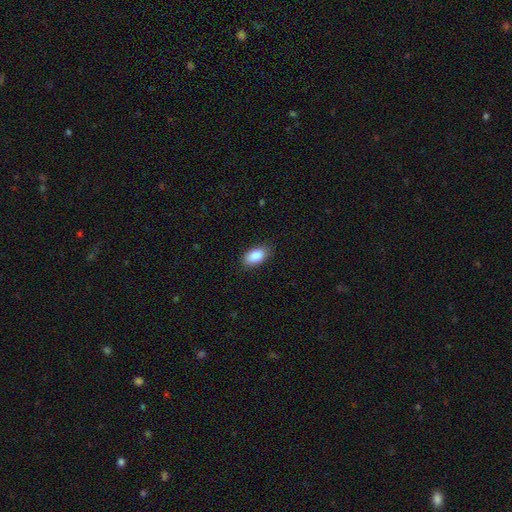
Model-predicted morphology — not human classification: smooth_or_featured: smooth (p=0.88) [alt: star or artifact p=0.07]
how_rounded: in between (p=0.93) [alt: round p=0.05]
merging: none (p=0.84) [alt: minor disturbance p=0.12]